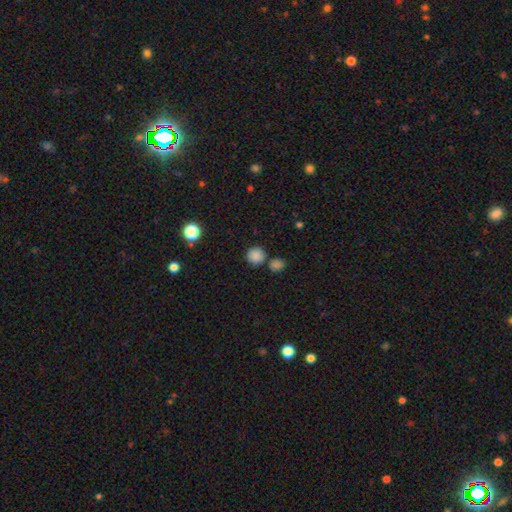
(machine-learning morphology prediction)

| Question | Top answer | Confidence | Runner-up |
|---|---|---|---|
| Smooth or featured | smooth | 85% | star or artifact (11%) |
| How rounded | round | 92% | in between (7%) |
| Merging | none | 72% | merger (16%) |